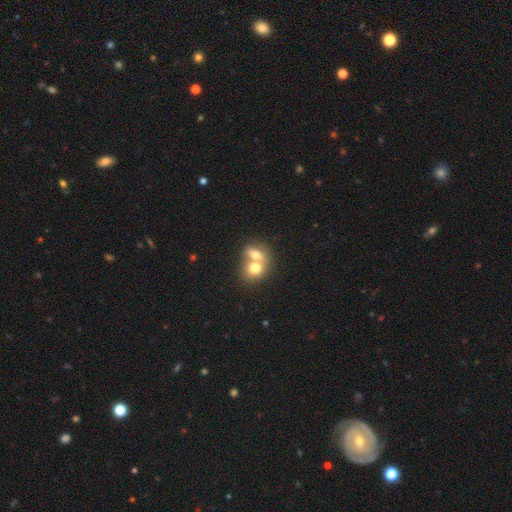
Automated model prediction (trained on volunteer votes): smooth_or_featured: smooth (p=0.67) [alt: featured or disk p=0.22]
how_rounded: round (p=0.54) [alt: in between p=0.44]
merging: merger (p=0.70) [alt: none p=0.22]